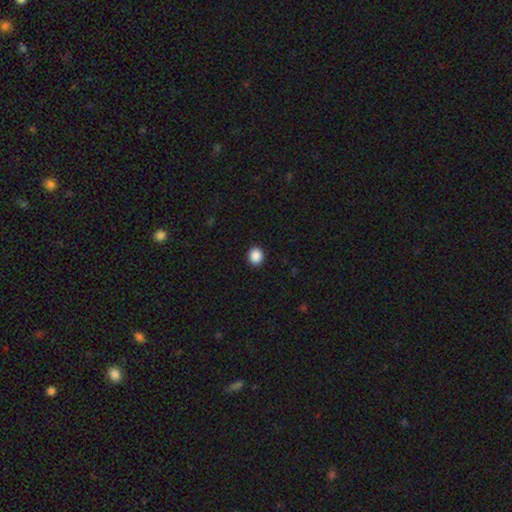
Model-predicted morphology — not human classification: A smooth galaxy with no disk features (89%) that is round (77%).

Vote fractions:
- Smooth or featured? smooth: 89% / star or artifact: 9% / featured or disk: 2%
- How rounded? round: 77% / in between: 22% / cigar-shaped: 1%
- Merging? none: 92% / minor disturbance: 5% / major disturbance: 2% / merger: 1%